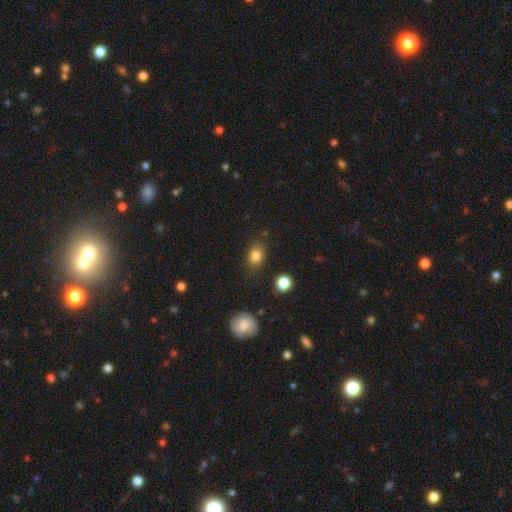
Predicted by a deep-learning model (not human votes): Smooth or featured: smooth — 83% (star or artifact — 11%)
How rounded: in between — 61% (round — 37%)
Merging: none — 81% (minor disturbance — 13%)